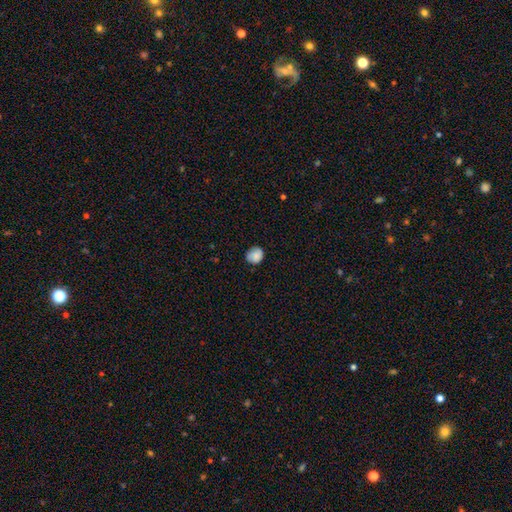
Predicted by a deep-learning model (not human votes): This is likely a smooth galaxy (77%). How rounded: likely round (78%). Merging: likely none (76%).